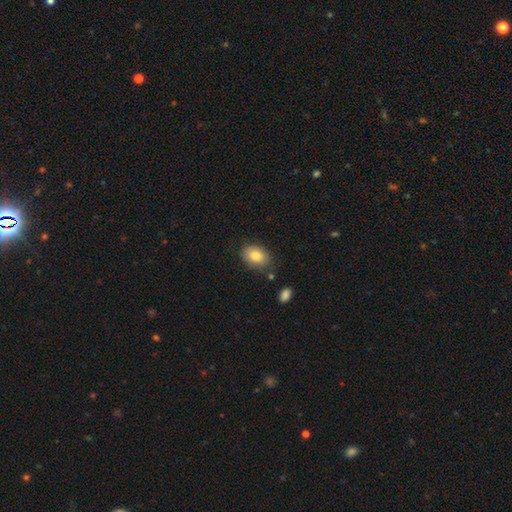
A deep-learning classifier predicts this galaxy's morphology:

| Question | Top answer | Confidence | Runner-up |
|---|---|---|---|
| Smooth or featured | smooth | 83% | featured or disk (10%) |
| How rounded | in between | 82% | round (17%) |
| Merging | none | 80% | minor disturbance (14%) |